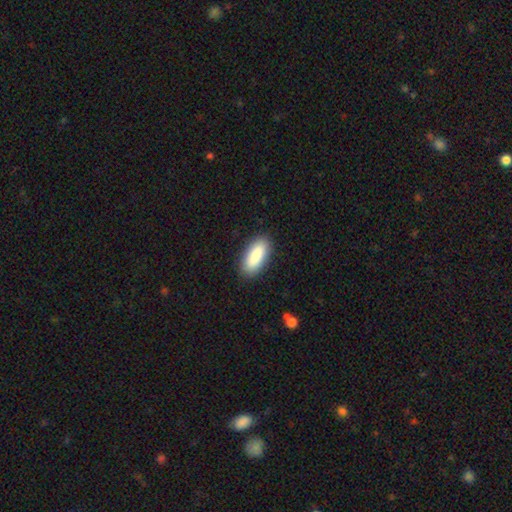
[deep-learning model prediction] This appears to be a smooth galaxy with no disk features (89%) that is in between round and cigar-shaped (81%). Merging: none (89%).